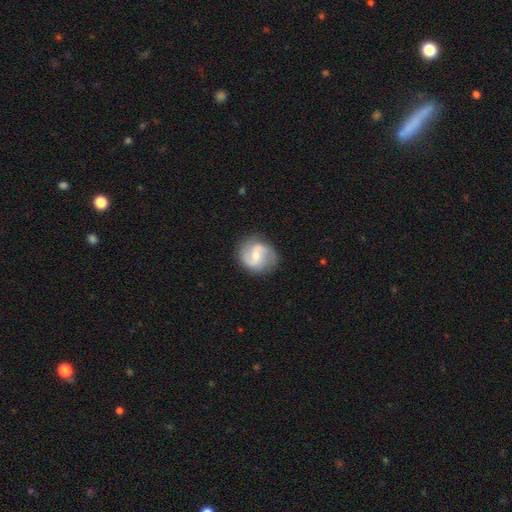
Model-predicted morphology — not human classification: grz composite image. It shows a featured or disk galaxy (73%) with a weak bar (51%), 2 (88%) medium (47%) spiral arms (92%) and a small central bulge (54%). Merging: none (81%).